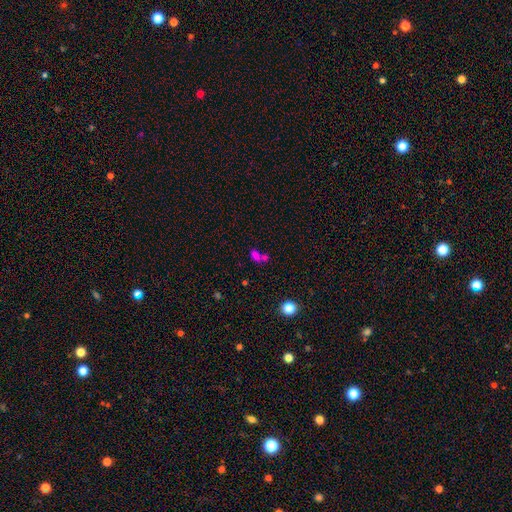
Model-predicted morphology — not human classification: The model was most divided on "merging": merger: 52%, none: 34%, minor disturbance: 8%, major disturbance: 6%. More confident: how rounded — in between (73%); smooth or featured — smooth (69%).